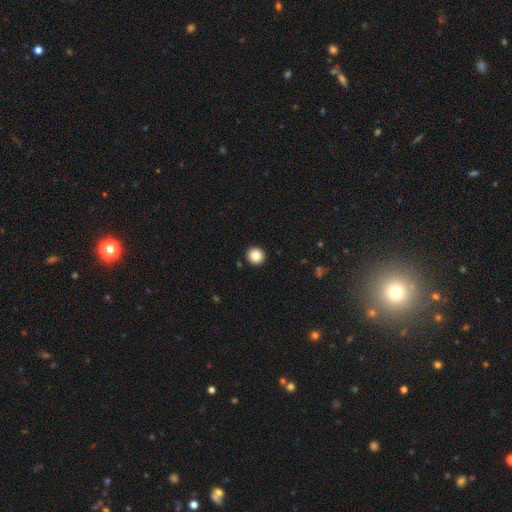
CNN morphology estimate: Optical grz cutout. It shows a smooth galaxy with no disk features (85%) that is round (95%). Merging: none (93%).